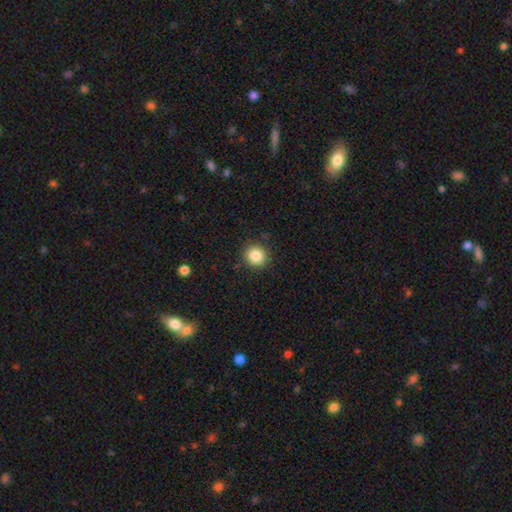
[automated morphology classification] smooth 85%, star or artifact 10%, featured or disk 5%. Down the decision tree: how rounded — round (88%); merging — none (89%).